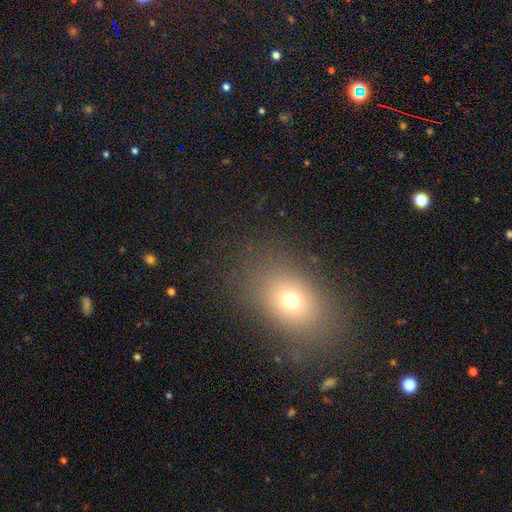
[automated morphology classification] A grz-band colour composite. It shows a smooth galaxy with no disk features (64%) that is in between round and cigar-shaped (63%). Merging: none (84%).